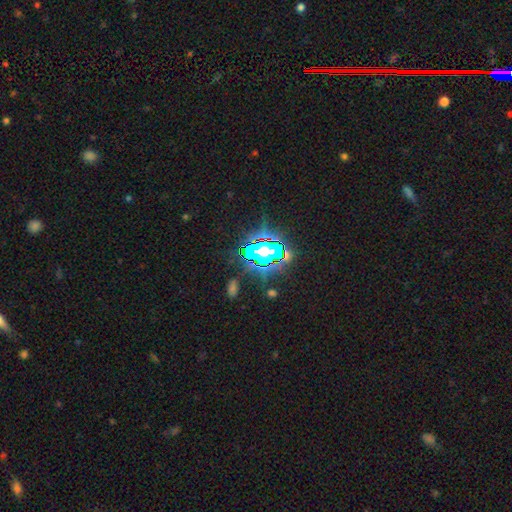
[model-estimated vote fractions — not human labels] A star or artifact, not a galaxy (78%).